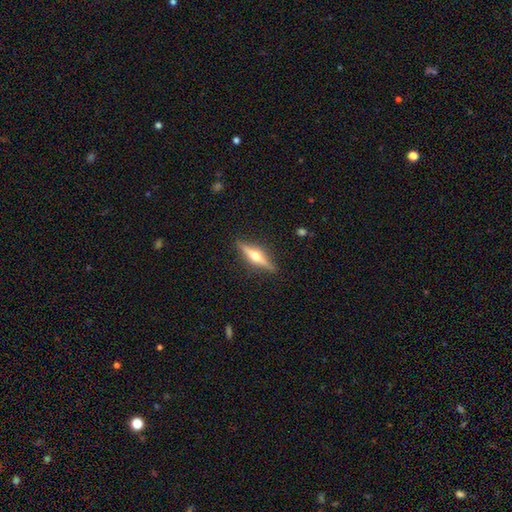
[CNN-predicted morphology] smooth_or_featured: featured or disk (p=0.71) [alt: smooth p=0.24]
disk_edge_on: yes (p=0.97) [alt: no p=0.03]
edge_on_bulge: rounded (p=0.94) [alt: boxy p=0.04]
merging: none (p=0.89) [alt: minor disturbance p=0.08]